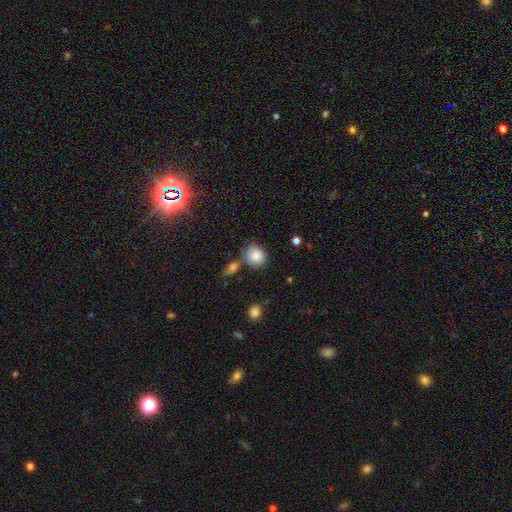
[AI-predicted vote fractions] smooth 81%, featured or disk 10%, star or artifact 9%. Down the decision tree: how rounded — round (76%); merging — none (64%).